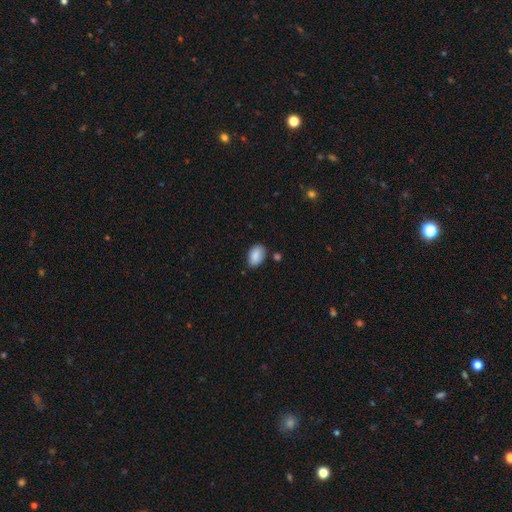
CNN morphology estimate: A smooth galaxy with no disk features (88%) that is in between round and cigar-shaped (90%).

Vote fractions:
- Smooth or featured? smooth: 88% / star or artifact: 7% / featured or disk: 5%
- How rounded? in between: 90% / round: 9% / cigar-shaped: 1%
- Merging? none: 79% / minor disturbance: 14% / merger: 4% / major disturbance: 3%